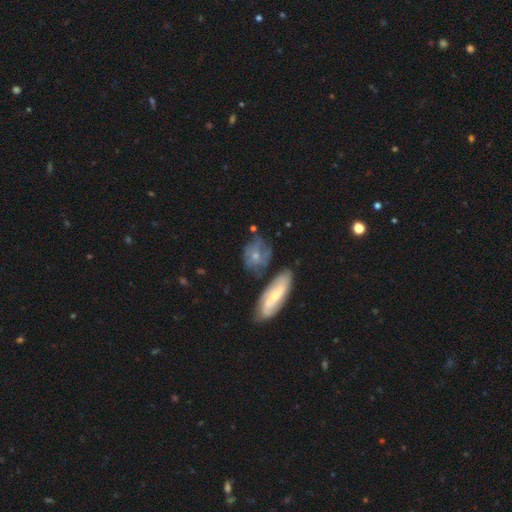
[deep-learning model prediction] Smooth or featured?
  - smooth: 47% *
  - featured or disk: 45%
  - star or artifact: 8%
Merging?
  - none: 51% *
  - minor disturbance: 22%
  - merger: 14%
  - major disturbance: 13%